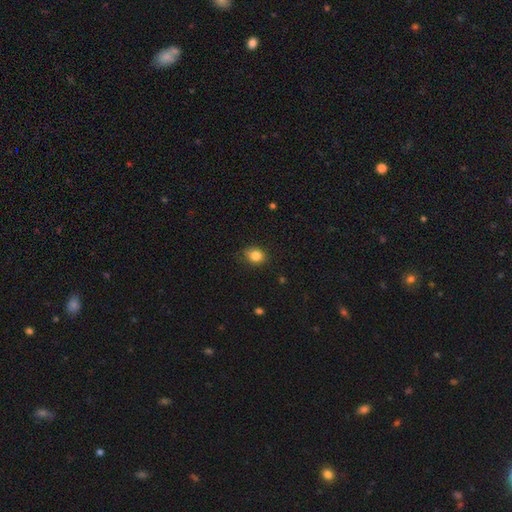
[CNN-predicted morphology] A smooth galaxy with no disk features (85%) that is round (54%). Merging: none (80%).